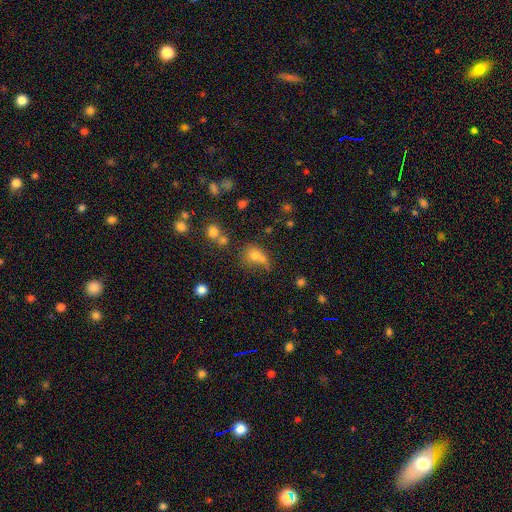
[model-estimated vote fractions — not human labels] Smooth or featured?
  - smooth: 69% *
  - star or artifact: 18%
  - featured or disk: 13%
How rounded?
  - round: 60% *
  - in between: 38%
  - cigar-shaped: 2%
Merging?
  - none: 40% *
  - merger: 32%
  - minor disturbance: 16%
  - major disturbance: 12%